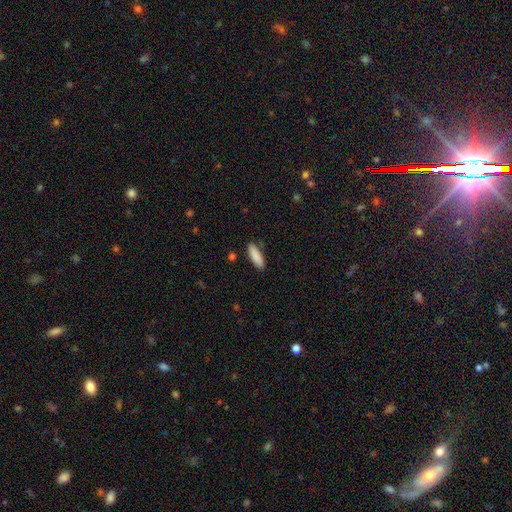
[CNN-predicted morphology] A smooth galaxy with no disk features (89%) that is in between round and cigar-shaped (54%).

Vote fractions:
- Smooth or featured? smooth: 89% / star or artifact: 6% / featured or disk: 5%
- How rounded? in between: 54% / cigar-shaped: 44% / round: 2%
- Merging? none: 84% / minor disturbance: 11% / major disturbance: 2% / merger: 2%